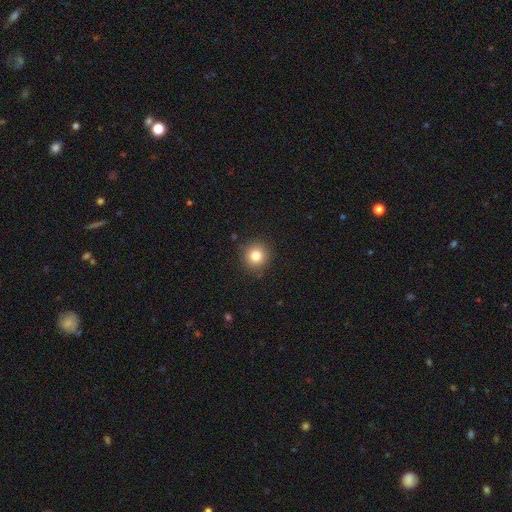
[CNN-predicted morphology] smooth-or-featured: smooth: 81% | star or artifact: 12% | featured or disk: 7%
  how-rounded: round: 94% | in between: 5% | cigar-shaped: 1%
  merging: none: 89% | minor disturbance: 7% | major disturbance: 2% | merger: 1%